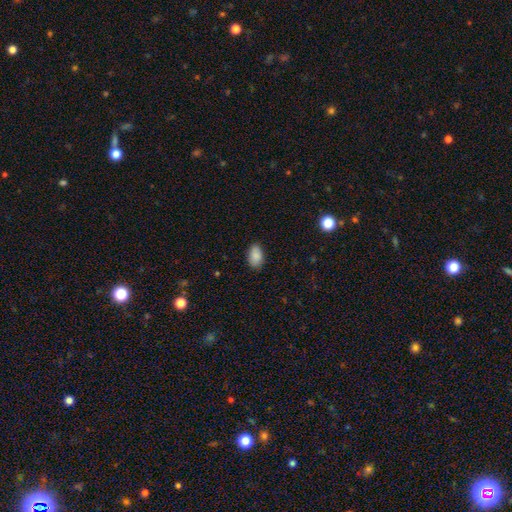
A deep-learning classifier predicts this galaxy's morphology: Smooth or featured? Predicted: smooth (p=0.88). How rounded? Predicted: in between (p=0.93). Merging? Predicted: none (p=0.86).